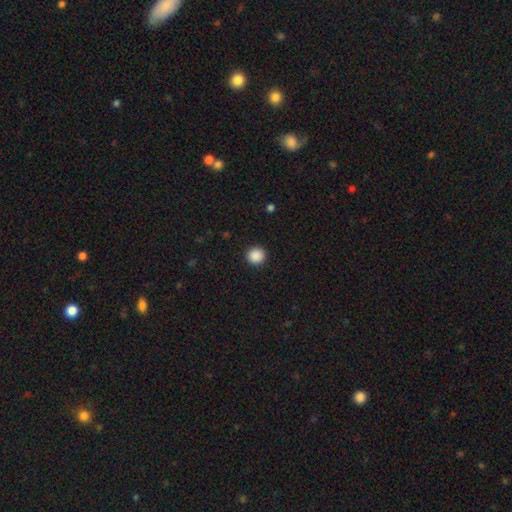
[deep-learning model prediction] Q: Smooth or featured?
A: smooth (89%); runner-up: star or artifact (9%)
Q: How rounded?
A: round (92%); runner-up: in between (7%)
Q: Merging?
A: none (92%); runner-up: minor disturbance (5%)